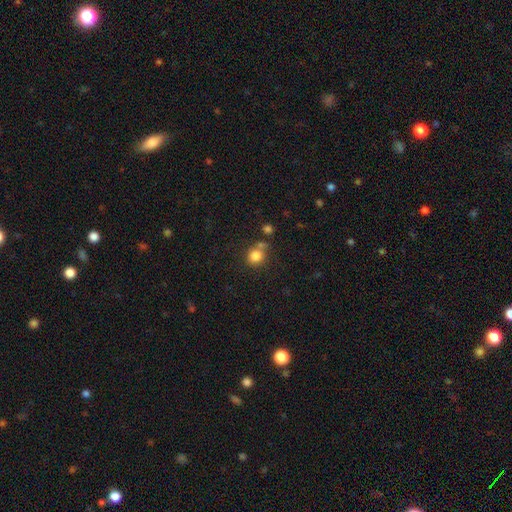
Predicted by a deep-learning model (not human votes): The model was most divided on "merging": none: 63%, merger: 20%, minor disturbance: 12%, major disturbance: 4%. More confident: how rounded — round (83%); smooth or featured — smooth (83%).